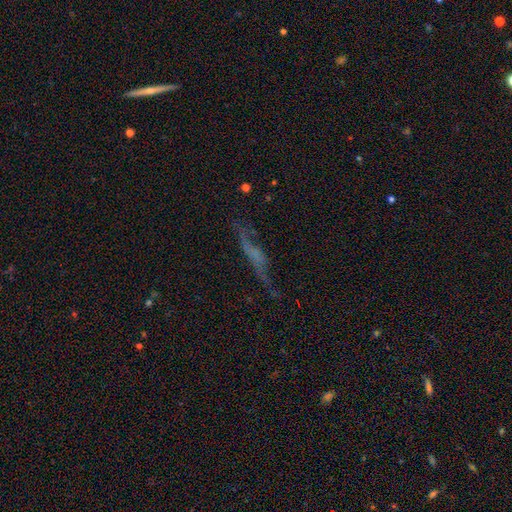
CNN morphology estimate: A featured or disk galaxy (53%) viewed edge-on (68%).

Vote fractions:
- Smooth or featured? featured or disk: 53% / smooth: 32% / star or artifact: 16%
- Edge-on disk? yes: 68% / no: 32%
- Merging? none: 58% / minor disturbance: 22% / major disturbance: 16% / merger: 4%